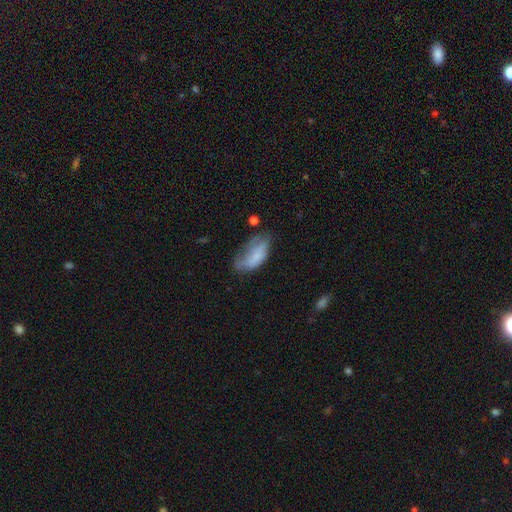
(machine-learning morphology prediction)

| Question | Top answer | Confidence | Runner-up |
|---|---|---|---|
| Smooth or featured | smooth | 64% | featured or disk (27%) |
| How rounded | in between | 89% | cigar-shaped (8%) |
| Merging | minor disturbance | 34% | none (32%) |